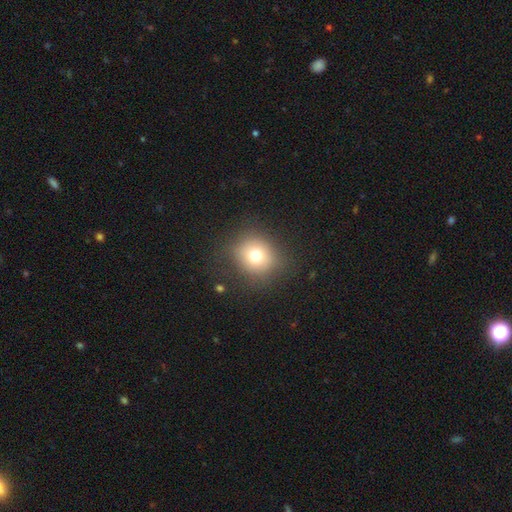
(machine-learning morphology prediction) The model was most divided on "smooth or featured": smooth: 74%, star or artifact: 14%, featured or disk: 12%. More confident: how rounded — round (82%); merging — none (82%).